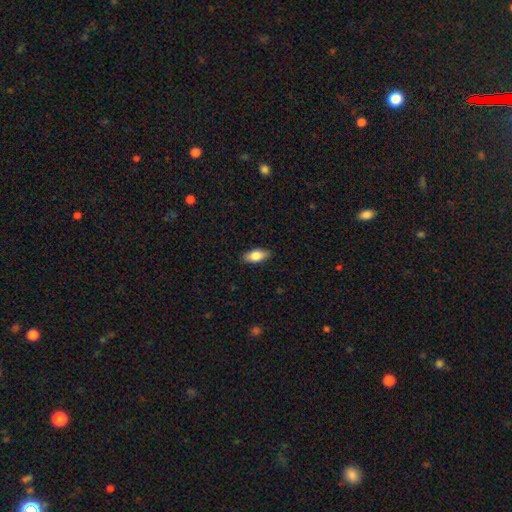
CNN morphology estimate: A smooth galaxy with no disk features (81%) that is in between round and cigar-shaped (88%).

Vote fractions:
- Smooth or featured? smooth: 81% / featured or disk: 13% / star or artifact: 6%
- How rounded? in between: 88% / cigar-shaped: 9% / round: 3%
- Merging? none: 88% / minor disturbance: 9% / major disturbance: 2% / merger: 1%